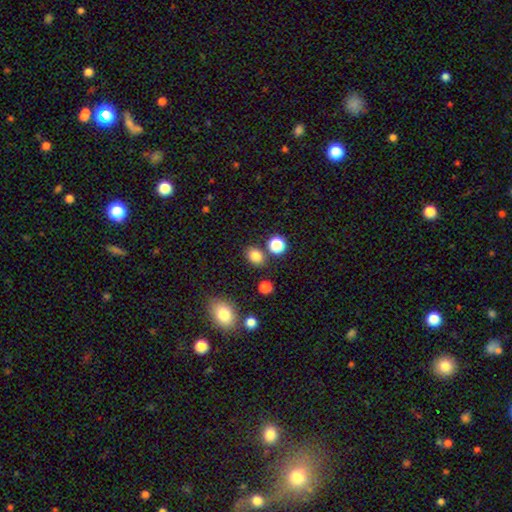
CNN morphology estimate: A smooth galaxy with no disk features (82%) that is in between round and cigar-shaped (55%).

Vote fractions:
- Smooth or featured? smooth: 82% / star or artifact: 13% / featured or disk: 5%
- How rounded? in between: 55% / round: 44% / cigar-shaped: 1%
- Merging? none: 78% / minor disturbance: 10% / merger: 9% / major disturbance: 3%